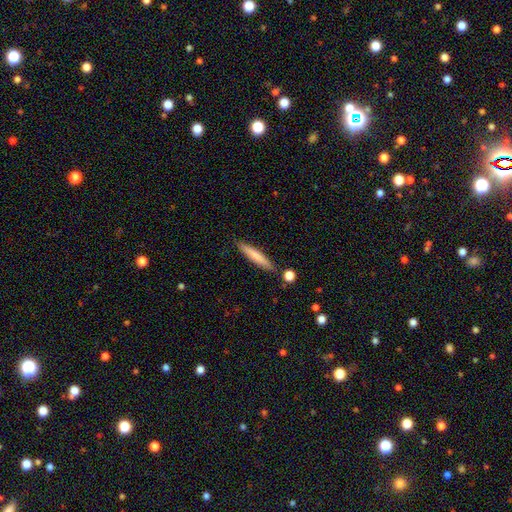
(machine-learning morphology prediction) smooth-or-featured: smooth: 75% | featured or disk: 19% | star or artifact: 6%
  how-rounded: cigar-shaped: 92% | in between: 7% | round: 1%
  merging: none: 85% | minor disturbance: 9% | merger: 3% | major disturbance: 2%